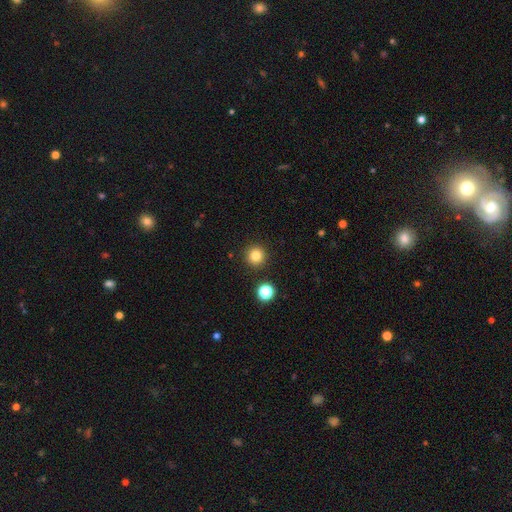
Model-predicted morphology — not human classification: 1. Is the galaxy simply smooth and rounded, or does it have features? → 82% smooth, 13% star or artifact, 6% featured or disk.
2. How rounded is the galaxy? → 95% round, 4% in between, 1% cigar-shaped.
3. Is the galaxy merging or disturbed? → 91% none, 5% minor disturbance, 2% merger, 2% major disturbance.